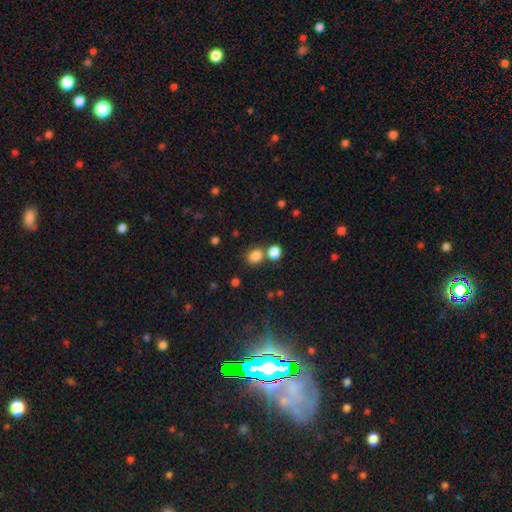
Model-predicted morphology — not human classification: smooth-or-featured: smooth: 82% | star or artifact: 13% | featured or disk: 5%
  how-rounded: round: 58% | in between: 41% | cigar-shaped: 1%
  merging: none: 62% | merger: 24% | minor disturbance: 10% | major disturbance: 4%